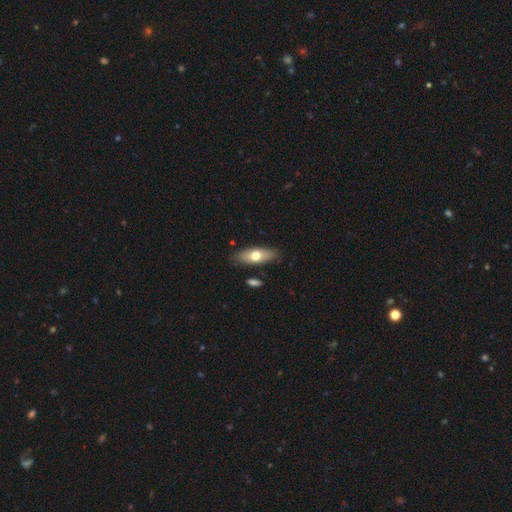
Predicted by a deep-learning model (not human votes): Smooth or featured?
  - smooth: 64% *
  - featured or disk: 30%
  - star or artifact: 6%
How rounded?
  - in between: 68% *
  - cigar-shaped: 29%
  - round: 3%
Merging?
  - none: 84% *
  - minor disturbance: 11%
  - merger: 3%
  - major disturbance: 2%